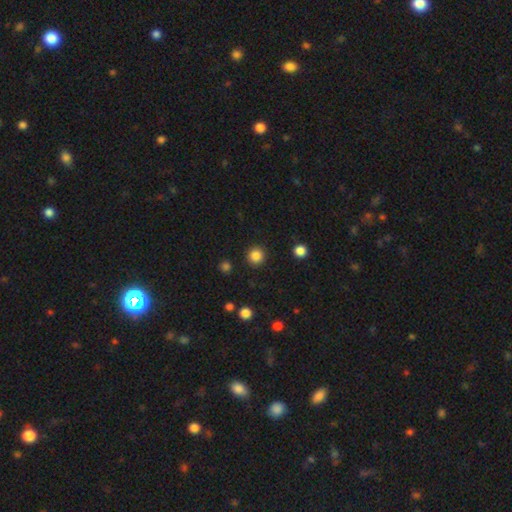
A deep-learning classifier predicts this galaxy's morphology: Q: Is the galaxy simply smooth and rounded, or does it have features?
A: smooth — 85%.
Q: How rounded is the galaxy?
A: round — 95%.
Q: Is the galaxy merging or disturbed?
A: none — 92%.